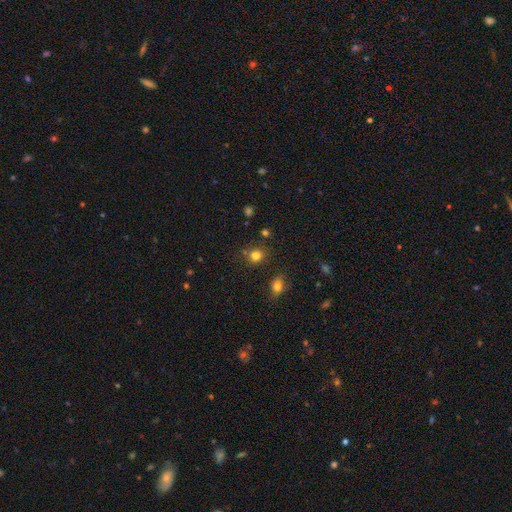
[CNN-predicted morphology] This appears to be a smooth galaxy with no disk features (81%) that is round (75%). Merging: none (77%).